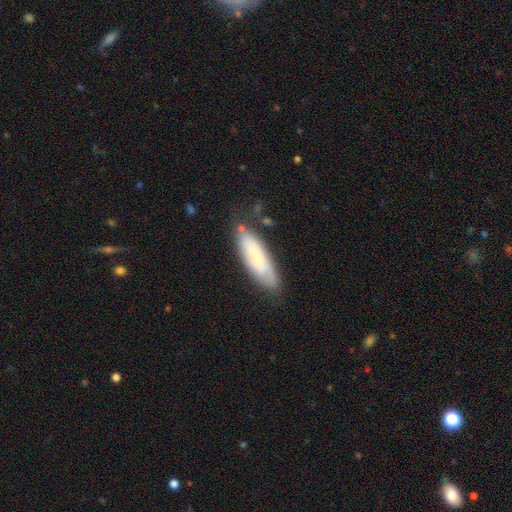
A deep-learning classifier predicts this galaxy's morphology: smooth 67%, featured or disk 26%, star or artifact 8%. Down the decision tree: how rounded — cigar-shaped (51%); merging — none (71%).